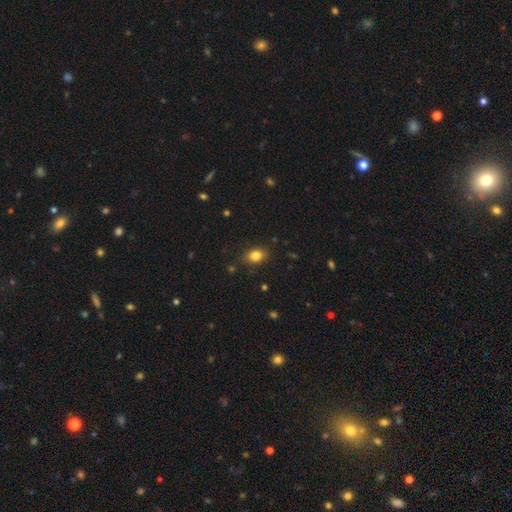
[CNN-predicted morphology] Smooth or featured: smooth — 83% (star or artifact — 10%)
How rounded: in between — 76% (round — 23%)
Merging: none — 85% (minor disturbance — 11%)